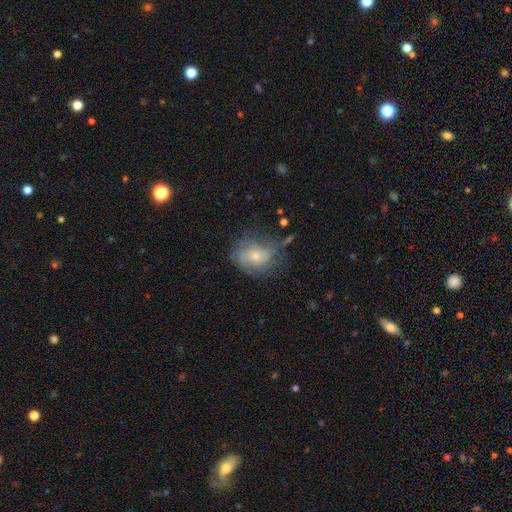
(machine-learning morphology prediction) Smooth or featured: smooth — 49% (featured or disk — 41%)
Merging: none — 48% (minor disturbance — 28%)